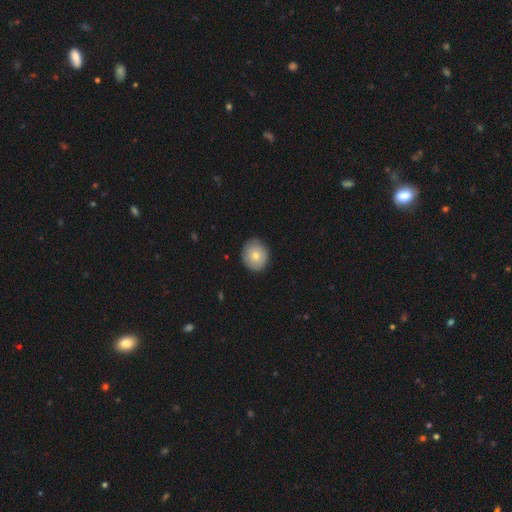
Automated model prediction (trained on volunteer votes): Smooth or featured? Predicted: smooth (p=0.72). How rounded? Predicted: round (p=0.74). Merging? Predicted: none (p=0.82).